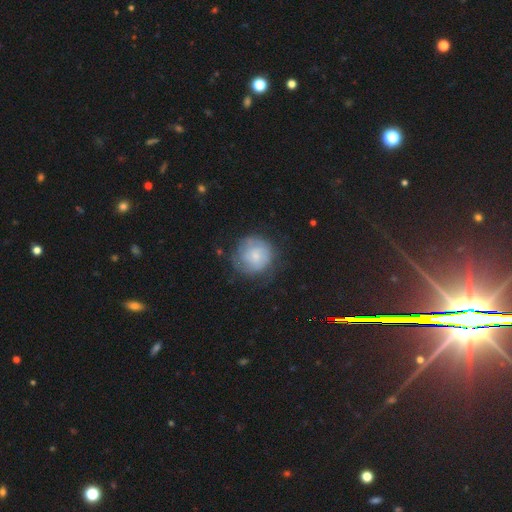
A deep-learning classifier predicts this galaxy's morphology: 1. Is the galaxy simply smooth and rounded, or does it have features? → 51% smooth, 41% featured or disk, 8% star or artifact.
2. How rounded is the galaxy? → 91% round, 8% in between, 1% cigar-shaped.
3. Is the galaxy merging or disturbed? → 63% none, 22% minor disturbance, 13% major disturbance, 2% merger.